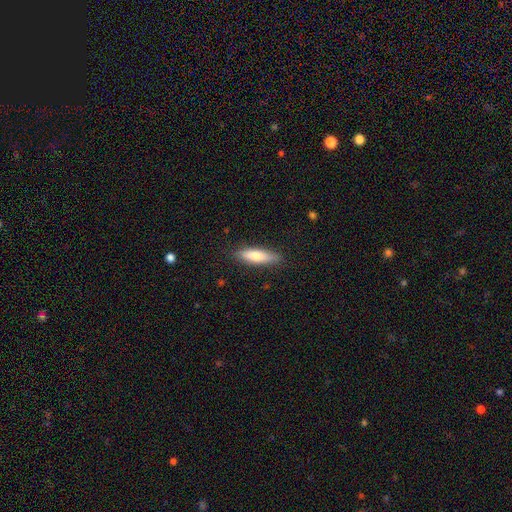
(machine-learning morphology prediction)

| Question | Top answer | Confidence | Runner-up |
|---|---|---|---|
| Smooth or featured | smooth | 73% | featured or disk (22%) |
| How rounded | cigar-shaped | 60% | in between (38%) |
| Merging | none | 86% | minor disturbance (11%) |